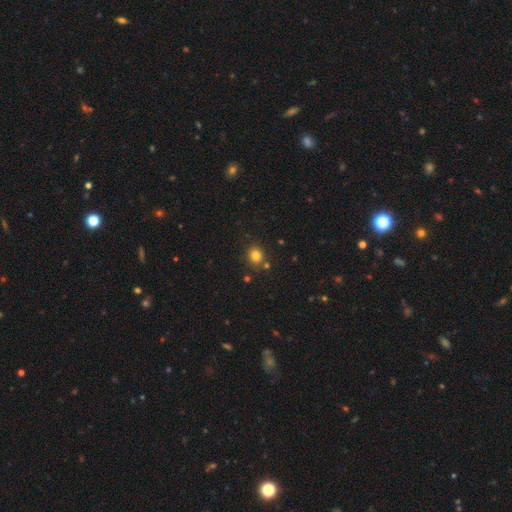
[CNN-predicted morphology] Smooth or featured? Predicted: smooth (p=0.80). How rounded? Predicted: round (p=0.81). Merging? Predicted: none (p=0.82).